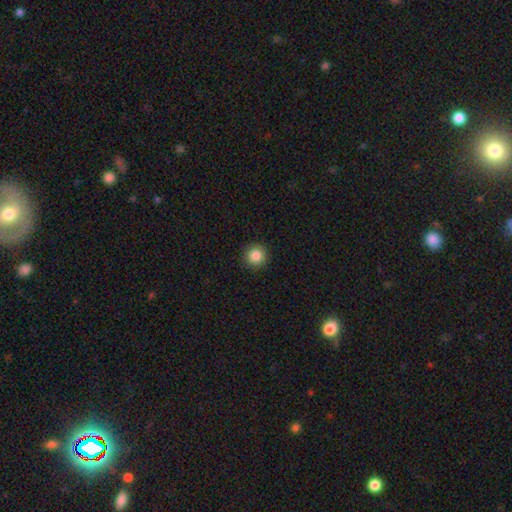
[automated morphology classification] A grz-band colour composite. It shows a smooth galaxy with no disk features (86%) that is round (95%). Merging: none (92%).